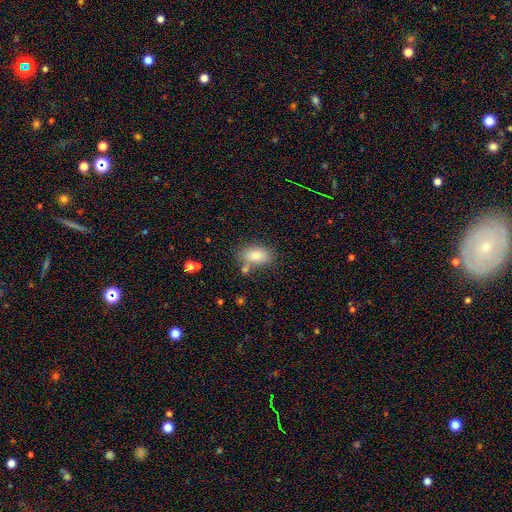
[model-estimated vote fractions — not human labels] Smooth or featured?
  - smooth: 81% *
  - featured or disk: 11%
  - star or artifact: 8%
How rounded?
  - in between: 88% *
  - round: 10%
  - cigar-shaped: 2%
Merging?
  - none: 68% *
  - minor disturbance: 16%
  - merger: 12%
  - major disturbance: 5%